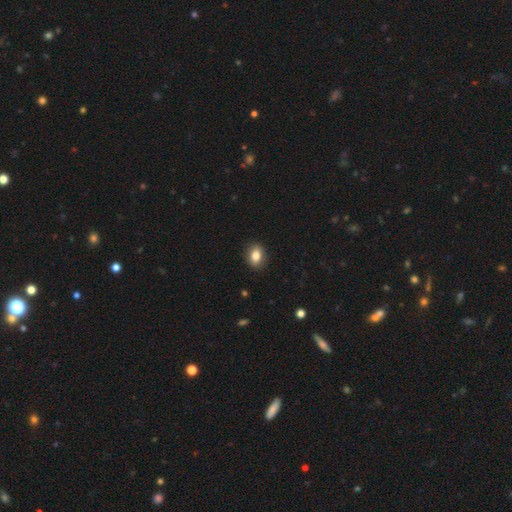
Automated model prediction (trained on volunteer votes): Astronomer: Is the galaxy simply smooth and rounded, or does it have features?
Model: smooth — 82%.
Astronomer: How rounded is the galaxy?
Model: in between — 70%.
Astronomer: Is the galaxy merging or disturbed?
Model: none — 89%.